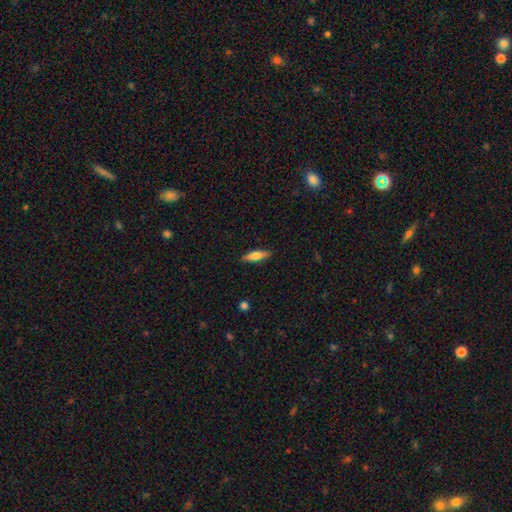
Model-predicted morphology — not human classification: Smooth or featured: smooth — 64% (featured or disk — 30%)
How rounded: cigar-shaped — 61% (in between — 37%)
Merging: none — 89% (minor disturbance — 8%)